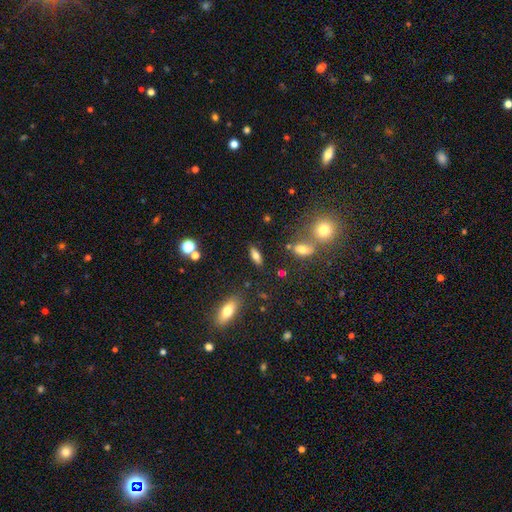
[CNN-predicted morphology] smooth_or_featured: smooth (p=0.69) [alt: featured or disk p=0.20]
how_rounded: in between (p=0.72) [alt: cigar-shaped p=0.24]
merging: none (p=0.81) [alt: minor disturbance p=0.10]